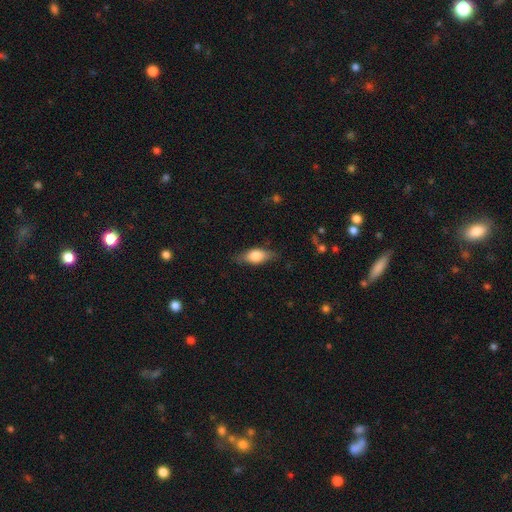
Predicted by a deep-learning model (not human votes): smooth-or-featured: smooth: 71% | featured or disk: 23% | star or artifact: 7%
  how-rounded: in between: 79% | cigar-shaped: 16% | round: 5%
  merging: none: 76% | minor disturbance: 19% | major disturbance: 4% | merger: 1%